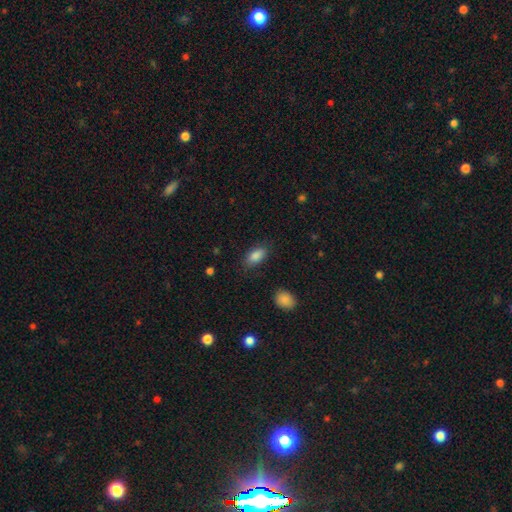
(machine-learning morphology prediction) This appears to be a smooth galaxy with no disk features (87%) that is in between round and cigar-shaped (91%). Merging: none (82%).